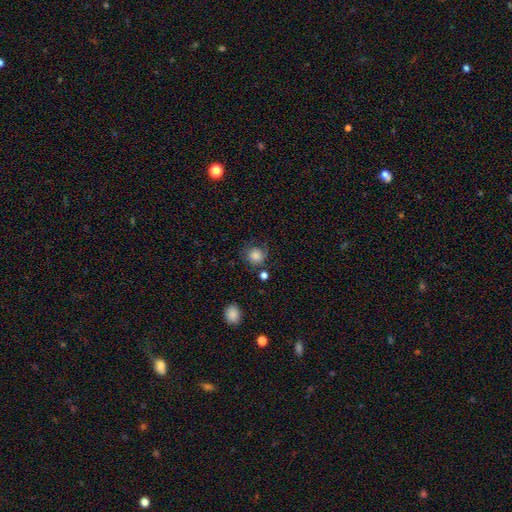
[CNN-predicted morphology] A smooth galaxy with no disk features (77%) that is round (84%).

Vote fractions:
- Smooth or featured? smooth: 77% / featured or disk: 13% / star or artifact: 9%
- How rounded? round: 84% / in between: 15% / cigar-shaped: 1%
- Merging? none: 61% / minor disturbance: 23% / major disturbance: 12% / merger: 5%